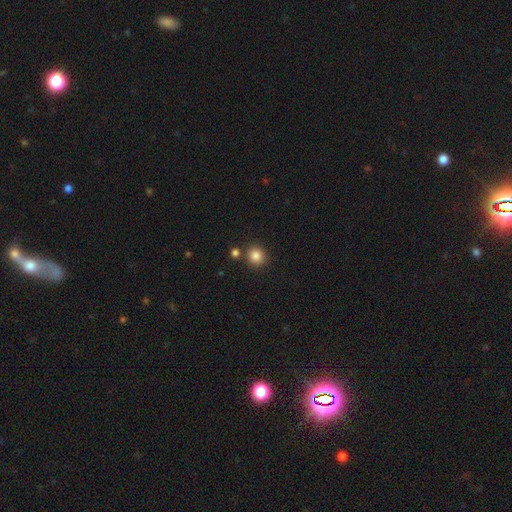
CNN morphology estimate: This appears to be a smooth galaxy with no disk features (85%) that is round (89%). Merging: none (82%).